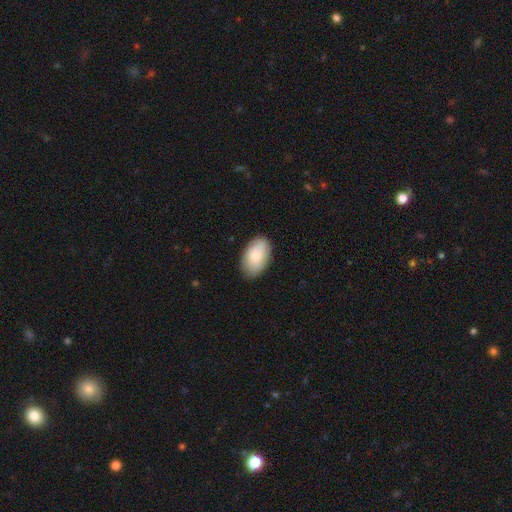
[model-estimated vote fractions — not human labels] Smooth or featured?
  - smooth: 77% *
  - featured or disk: 16%
  - star or artifact: 6%
How rounded?
  - in between: 93% *
  - round: 6%
  - cigar-shaped: 1%
Merging?
  - none: 83% *
  - minor disturbance: 13%
  - major disturbance: 3%
  - merger: 1%